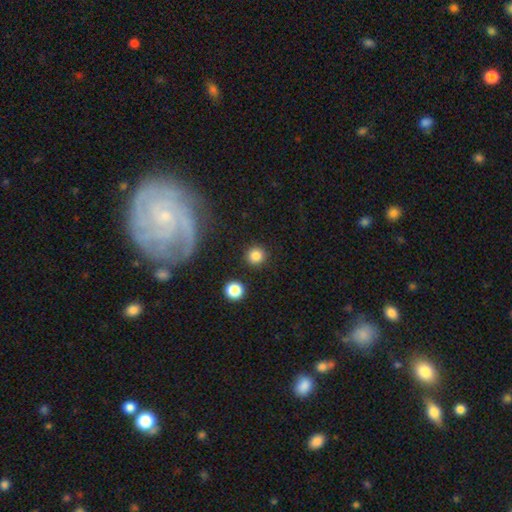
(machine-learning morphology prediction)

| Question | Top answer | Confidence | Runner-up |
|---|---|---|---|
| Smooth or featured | smooth | 83% | star or artifact (12%) |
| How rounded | round | 94% | in between (5%) |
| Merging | none | 90% | minor disturbance (5%) |